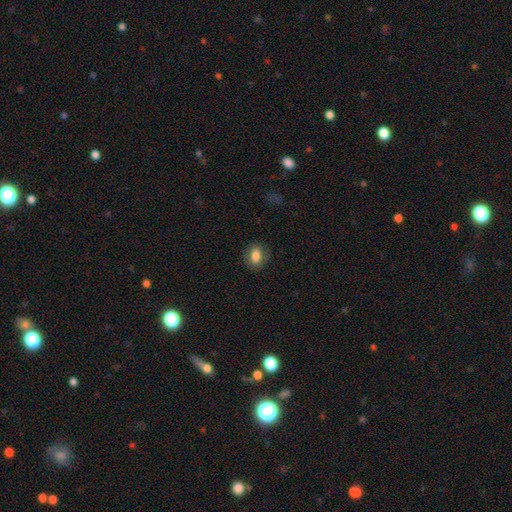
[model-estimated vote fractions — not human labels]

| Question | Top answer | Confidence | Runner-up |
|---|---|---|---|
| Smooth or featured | smooth | 81% | featured or disk (11%) |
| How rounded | in between | 75% | round (23%) |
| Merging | none | 81% | minor disturbance (13%) |